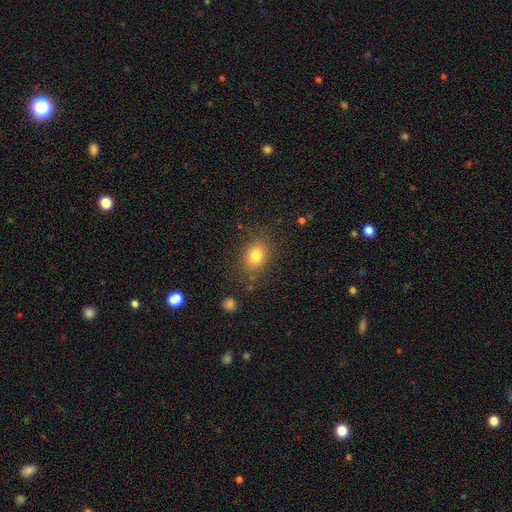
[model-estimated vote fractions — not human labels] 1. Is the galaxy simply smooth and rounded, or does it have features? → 79% smooth, 12% star or artifact, 9% featured or disk.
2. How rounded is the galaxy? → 56% in between, 43% round, 1% cigar-shaped.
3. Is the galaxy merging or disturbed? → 81% none, 12% minor disturbance, 4% major disturbance, 2% merger.